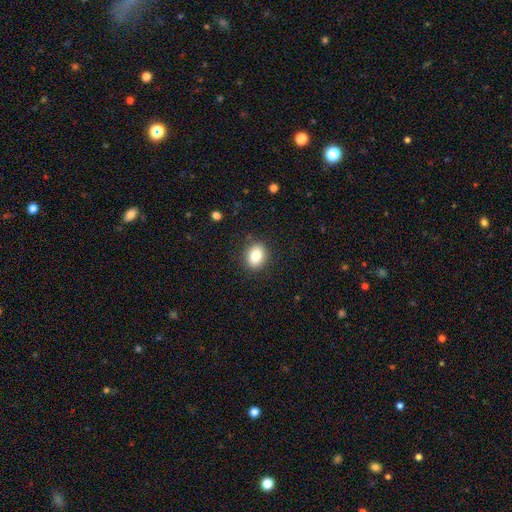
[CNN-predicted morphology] Q: Smooth or featured?
A: smooth (82%); runner-up: star or artifact (9%)
Q: How rounded?
A: in between (56%); runner-up: round (43%)
Q: Merging?
A: none (87%); runner-up: minor disturbance (9%)